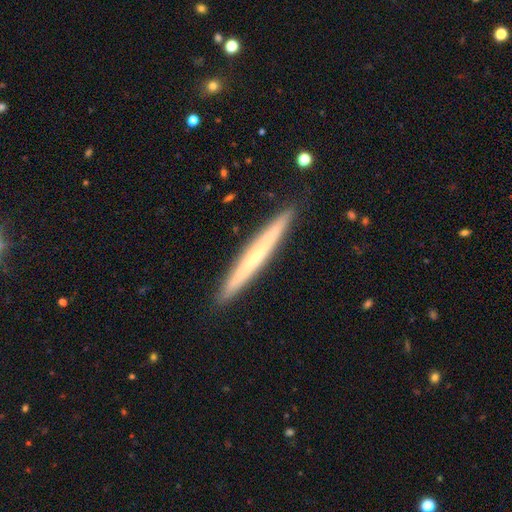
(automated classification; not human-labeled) Smooth or featured? Predicted: featured or disk (p=0.53). Edge-on disk? Predicted: yes (p=0.96). Edge-on bulge? Predicted: none (p=0.62). Merging? Predicted: none (p=0.92).